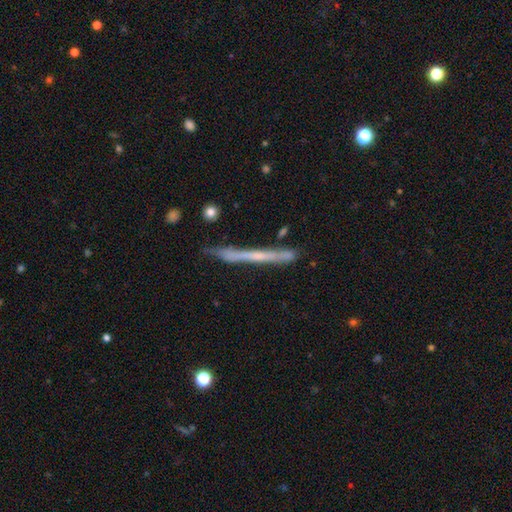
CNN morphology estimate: Smooth or featured? featured or disk (60%)
Edge-on disk? yes (94%)
Edge-on bulge? none (81%)
Merging? none (76%)